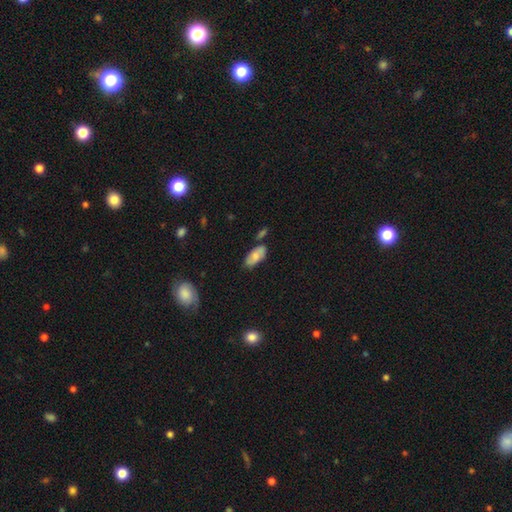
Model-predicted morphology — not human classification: Smooth or featured? Predicted: smooth (p=0.66). How rounded? Predicted: in between (p=0.90). Merging? Predicted: none (p=0.69).